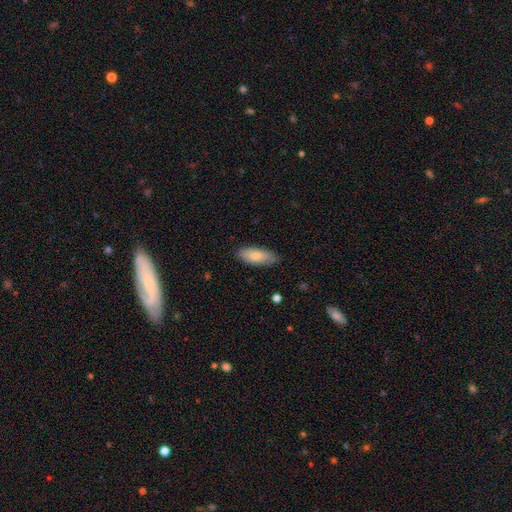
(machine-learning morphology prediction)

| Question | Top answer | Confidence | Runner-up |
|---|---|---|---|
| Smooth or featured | smooth | 73% | featured or disk (21%) |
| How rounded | in between | 81% | cigar-shaped (17%) |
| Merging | none | 80% | minor disturbance (16%) |